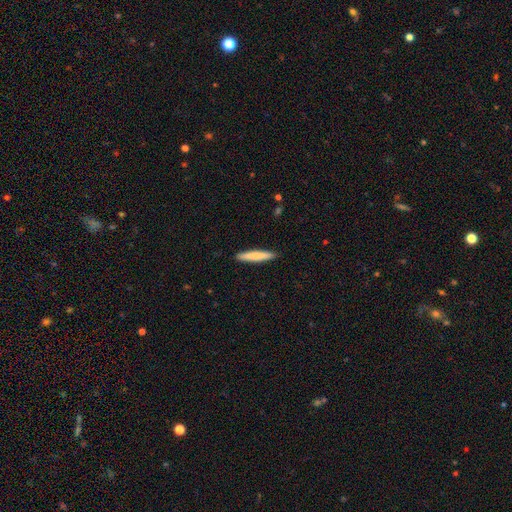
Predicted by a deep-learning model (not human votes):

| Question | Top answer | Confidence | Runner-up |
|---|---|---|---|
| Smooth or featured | smooth | 74% | featured or disk (21%) |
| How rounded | cigar-shaped | 92% | in between (6%) |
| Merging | none | 91% | minor disturbance (6%) |